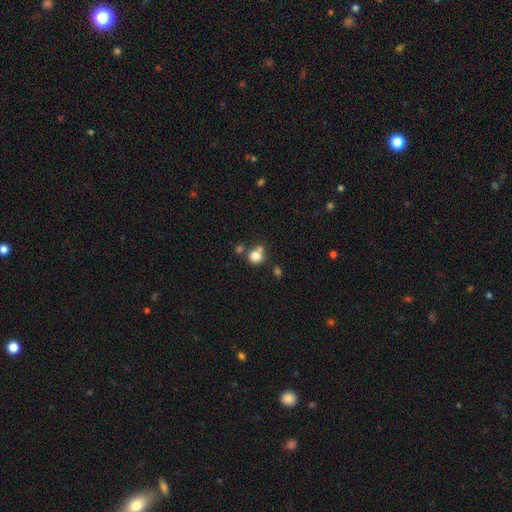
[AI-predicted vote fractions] A smooth galaxy with no disk features (80%) that is round (84%).

Vote fractions:
- Smooth or featured? smooth: 80% / star or artifact: 12% / featured or disk: 8%
- How rounded? round: 84% / in between: 15% / cigar-shaped: 1%
- Merging? none: 58% / merger: 24% / minor disturbance: 13% / major disturbance: 5%